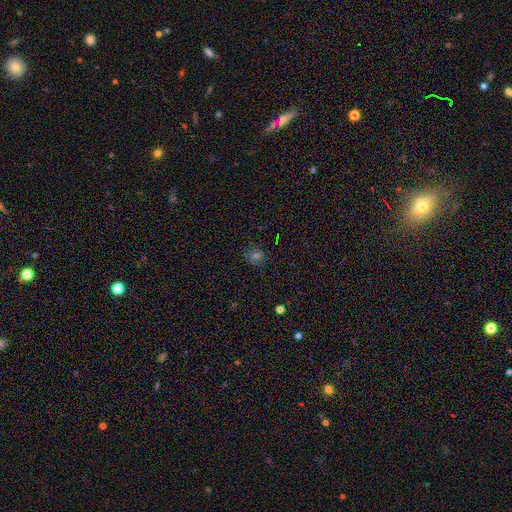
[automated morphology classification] Smooth or featured? Predicted: smooth (p=0.55). How rounded? Predicted: round (p=0.77). Merging? Predicted: none (p=0.81).